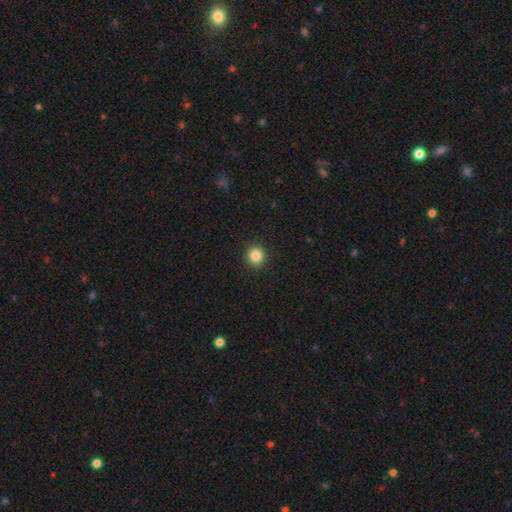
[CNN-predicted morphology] The model was most divided on "smooth or featured": smooth: 86%, star or artifact: 10%, featured or disk: 4%. More confident: merging — none (93%); how rounded — round (92%).